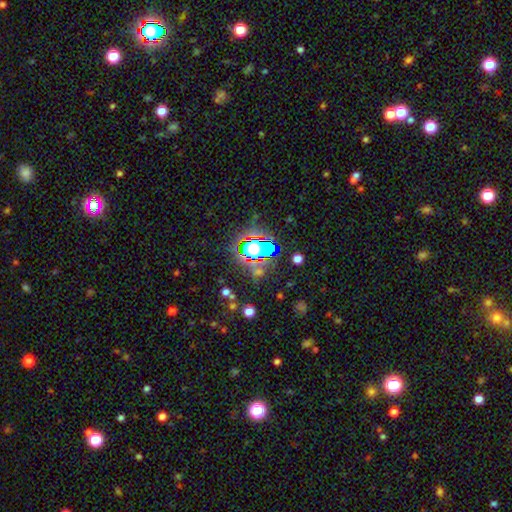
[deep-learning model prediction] Smooth or featured? Predicted: star or artifact (p=0.76).